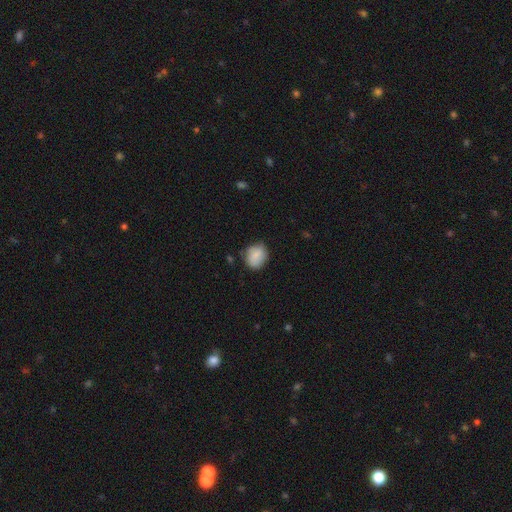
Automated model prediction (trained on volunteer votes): smooth-or-featured: smooth: 84% | featured or disk: 9% | star or artifact: 7%
  how-rounded: round: 67% | in between: 32% | cigar-shaped: 1%
  merging: none: 73% | minor disturbance: 20% | major disturbance: 4% | merger: 2%